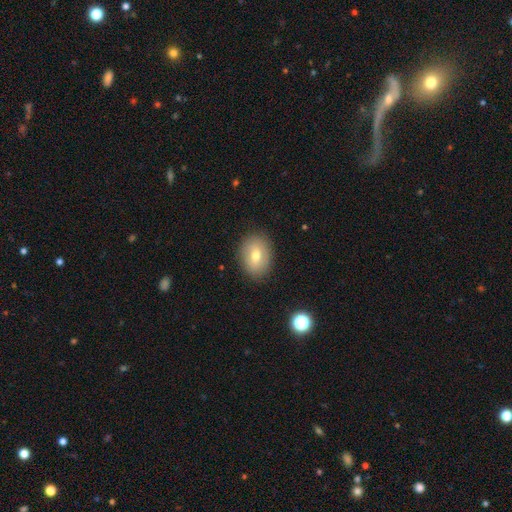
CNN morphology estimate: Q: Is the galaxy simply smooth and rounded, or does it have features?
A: smooth — 68%.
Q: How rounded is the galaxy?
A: in between — 69%.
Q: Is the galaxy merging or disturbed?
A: none — 86%.